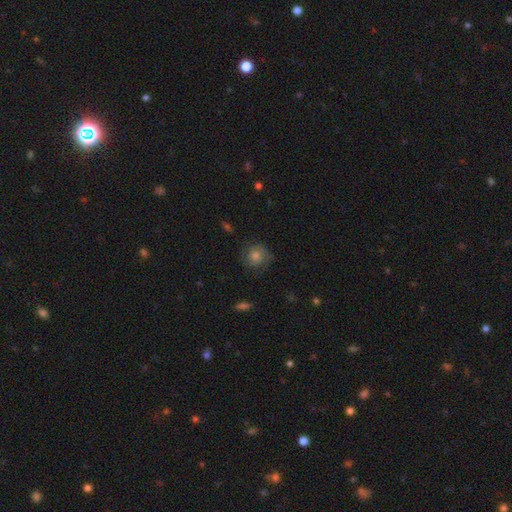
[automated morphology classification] Smooth or featured? featured or disk (49%)
Merging? none (74%)